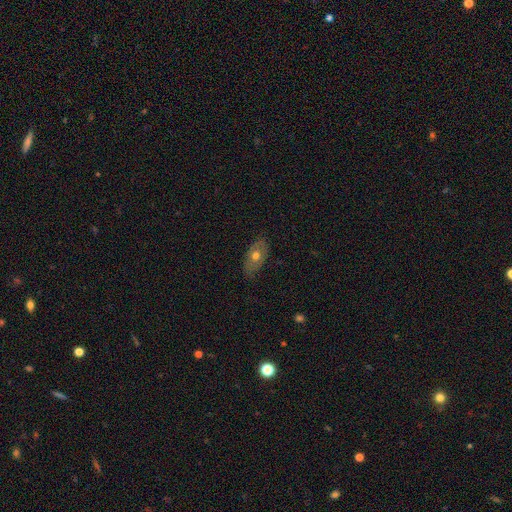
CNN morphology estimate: A smooth galaxy with no disk features (51%) that is in between round and cigar-shaped (88%). Merging: none (77%).